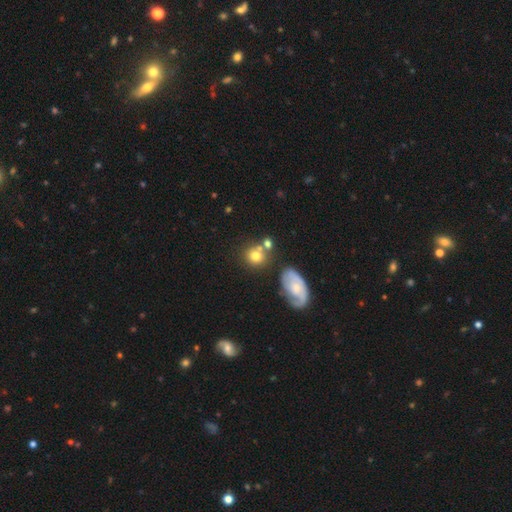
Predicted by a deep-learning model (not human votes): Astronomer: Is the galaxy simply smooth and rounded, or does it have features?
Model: smooth — 70%.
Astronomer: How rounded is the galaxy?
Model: round — 77%.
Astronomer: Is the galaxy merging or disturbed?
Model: none — 54%.